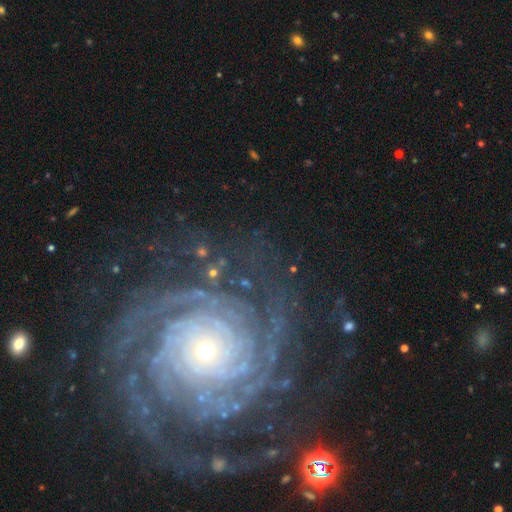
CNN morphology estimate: The model was most divided on "spiral arm count": more than 4: 26%, 4: 19%, can't tell: 17%, 3: 15%, 2: 13%, 1: 9%. More confident: spiral arms — yes (98%); edge-on disk — no (98%); smooth or featured — featured or disk (90%); spiral winding — tight (82%); merging — none (77%); bar — no (75%); bulge size — small (75%).